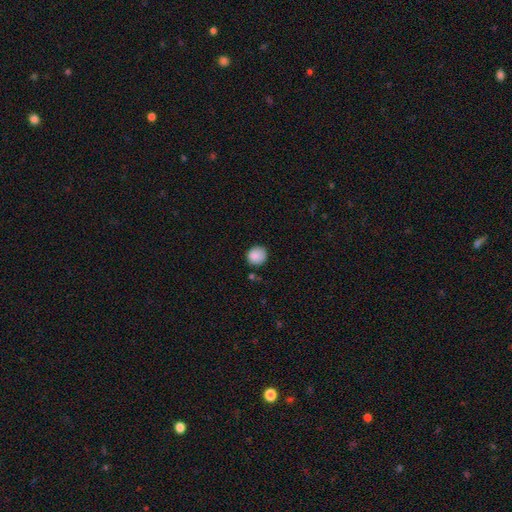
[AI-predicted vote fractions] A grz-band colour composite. It shows a smooth galaxy with no disk features (87%) that is round (90%). Merging: none (79%).